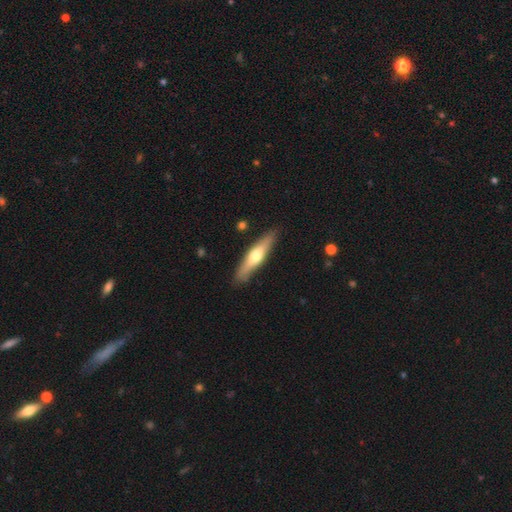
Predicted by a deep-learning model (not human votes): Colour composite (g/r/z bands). It shows a featured or disk galaxy (50%) viewed edge-on (90%). Merging: none (88%).